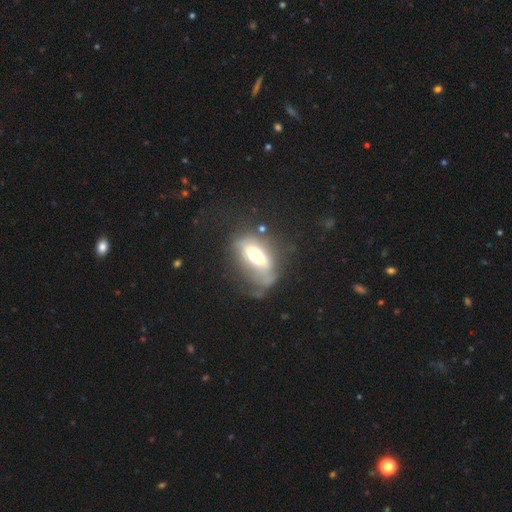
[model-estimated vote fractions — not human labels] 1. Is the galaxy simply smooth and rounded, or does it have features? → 47% smooth, 45% featured or disk, 8% star or artifact.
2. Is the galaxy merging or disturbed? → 35% none, 34% major disturbance, 25% minor disturbance, 6% merger.